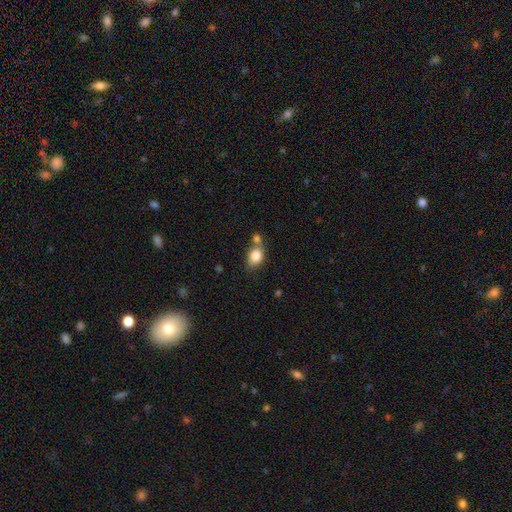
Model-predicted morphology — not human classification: Smooth or featured? smooth (82%)
How rounded? in between (68%)
Merging? none (46%)